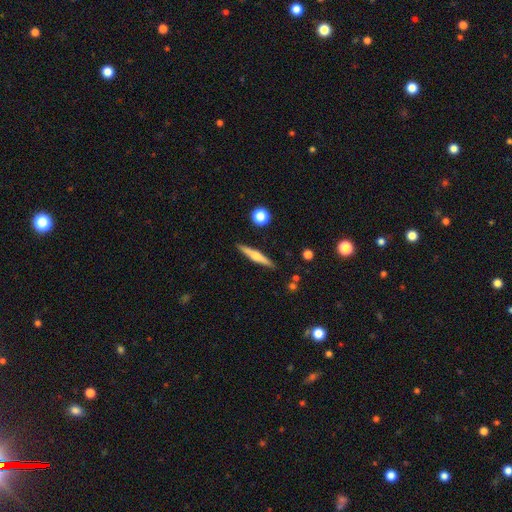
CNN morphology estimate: The model was most divided on "smooth or featured": featured or disk: 55%, smooth: 38%, star or artifact: 6%. More confident: edge-on disk — yes (97%); merging — none (90%); edge-on bulge — rounded (83%).